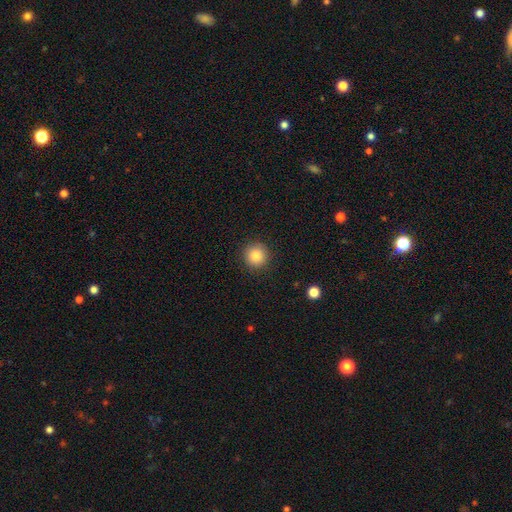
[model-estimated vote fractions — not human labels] smooth-or-featured: smooth: 85% | star or artifact: 10% | featured or disk: 5%
  how-rounded: round: 94% | in between: 5% | cigar-shaped: 1%
  merging: none: 90% | minor disturbance: 7% | major disturbance: 2% | merger: 1%